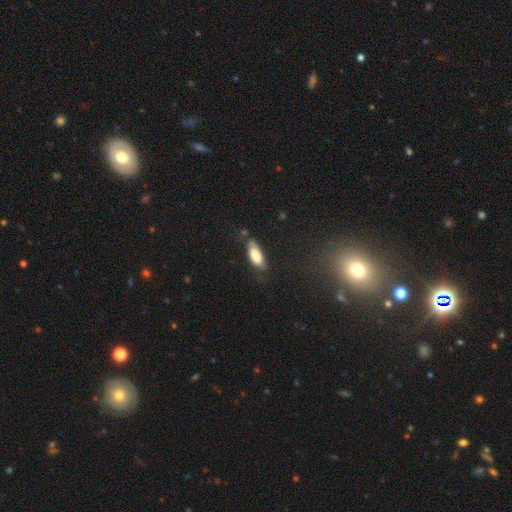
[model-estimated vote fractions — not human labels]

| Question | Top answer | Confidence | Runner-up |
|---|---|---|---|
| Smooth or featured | smooth | 76% | featured or disk (17%) |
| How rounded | in between | 76% | cigar-shaped (22%) |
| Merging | none | 59% | minor disturbance (28%) |